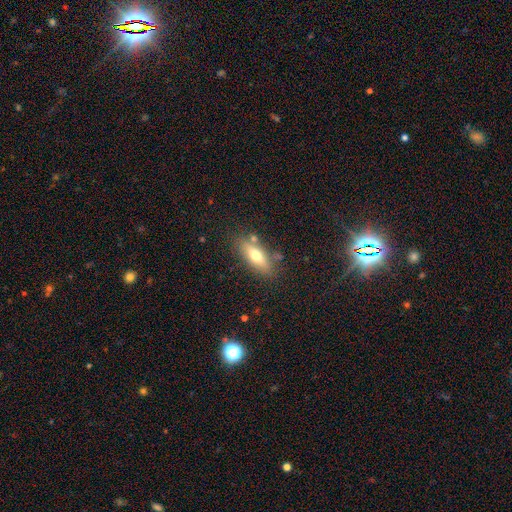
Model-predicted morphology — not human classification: smooth_or_featured: smooth (p=0.60) [alt: featured or disk p=0.33]
how_rounded: in between (p=0.61) [alt: cigar-shaped p=0.36]
merging: none (p=0.78) [alt: minor disturbance p=0.13]